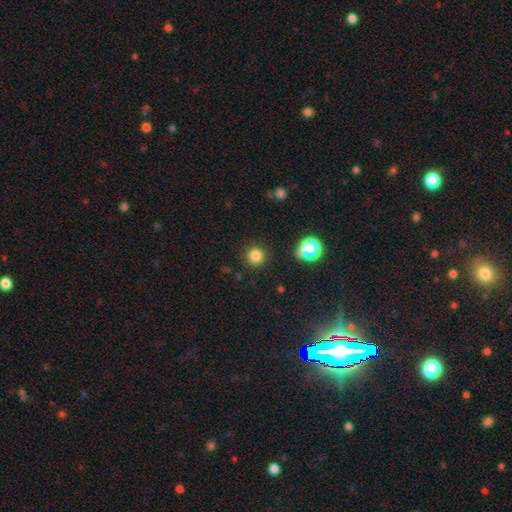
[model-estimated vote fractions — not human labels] Smooth or featured? smooth (81%)
How rounded? round (94%)
Merging? none (89%)